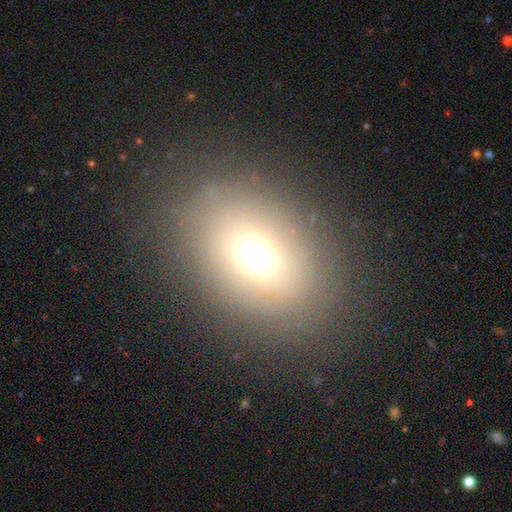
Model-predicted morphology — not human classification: The model was most divided on "how rounded": in between: 63%, round: 35%, cigar-shaped: 1%. More confident: merging — none (79%); smooth or featured — smooth (61%).